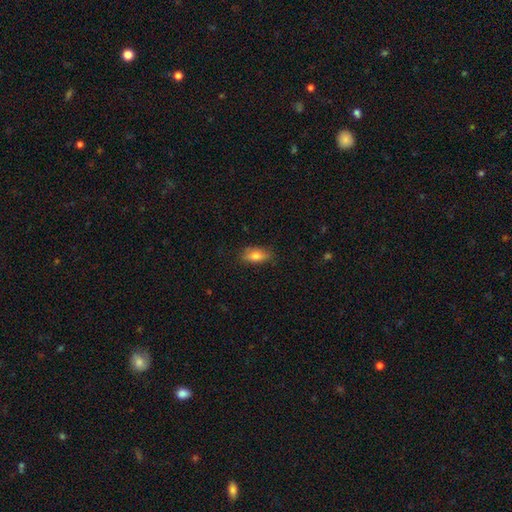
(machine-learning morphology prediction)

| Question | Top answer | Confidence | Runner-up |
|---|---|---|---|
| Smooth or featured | smooth | 77% | featured or disk (15%) |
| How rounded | in between | 81% | cigar-shaped (14%) |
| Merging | none | 77% | minor disturbance (18%) |